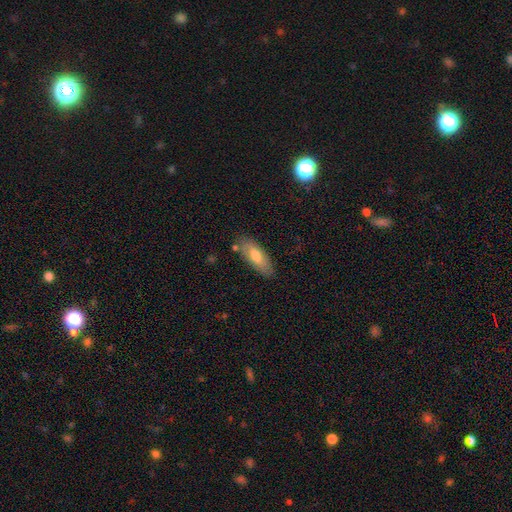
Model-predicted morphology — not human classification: Overall: smooth (64%; featured or disk 30%). How rounded: in between (73%). Merging: none (80%).